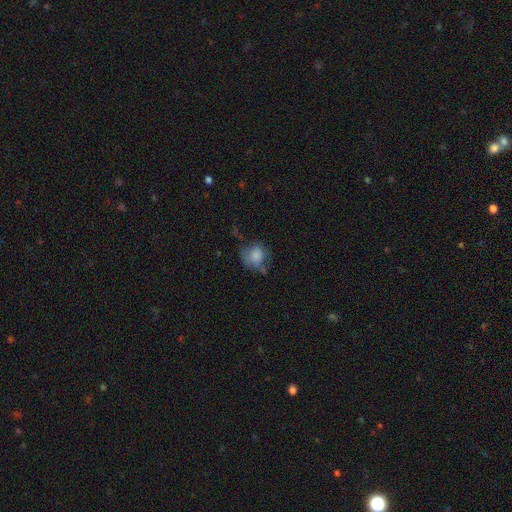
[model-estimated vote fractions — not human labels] A smooth galaxy with no disk features (72%) that is round (61%). Merging: none (38%).